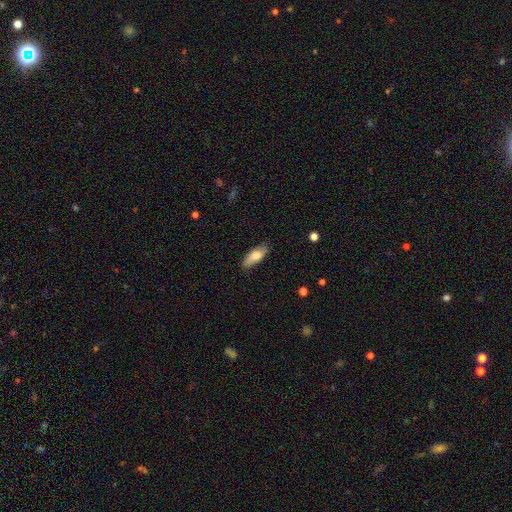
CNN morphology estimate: smooth 73%, featured or disk 21%, star or artifact 6%. Down the decision tree: how rounded — in between (72%); merging — none (81%).